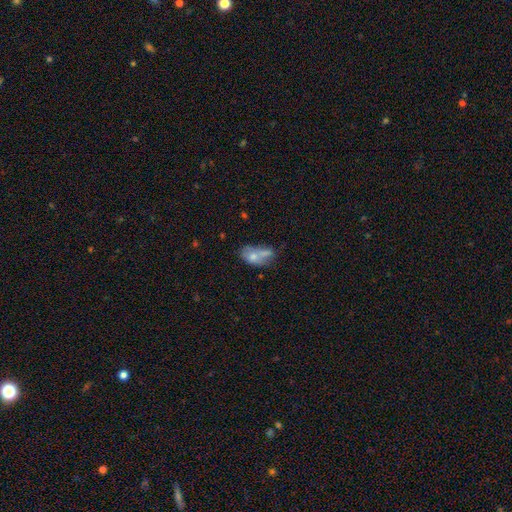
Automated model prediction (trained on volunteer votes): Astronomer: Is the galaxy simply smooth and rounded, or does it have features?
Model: smooth — 62%.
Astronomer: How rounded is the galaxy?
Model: in between — 86%.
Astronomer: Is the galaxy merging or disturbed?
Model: merger — 34% (runner-up: none, 28%).